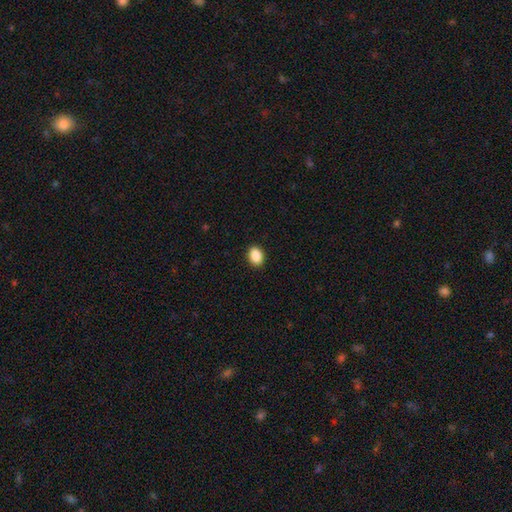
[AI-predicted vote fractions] Smooth or featured? Predicted: smooth (p=0.90). How rounded? Predicted: in between (p=0.75). Merging? Predicted: none (p=0.91).